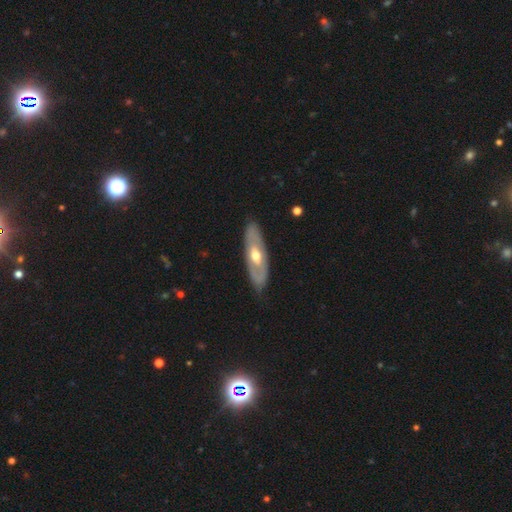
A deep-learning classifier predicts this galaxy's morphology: This appears to be a featured or disk galaxy (60%). Merging: none (82%).